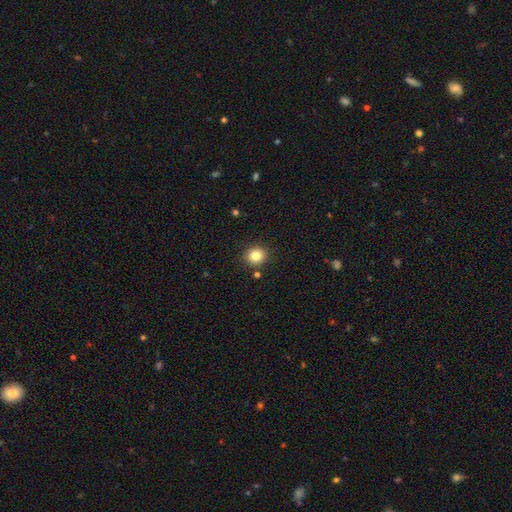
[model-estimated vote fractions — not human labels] smooth 83%, star or artifact 11%, featured or disk 6%. Down the decision tree: how rounded — round (83%); merging — none (89%).